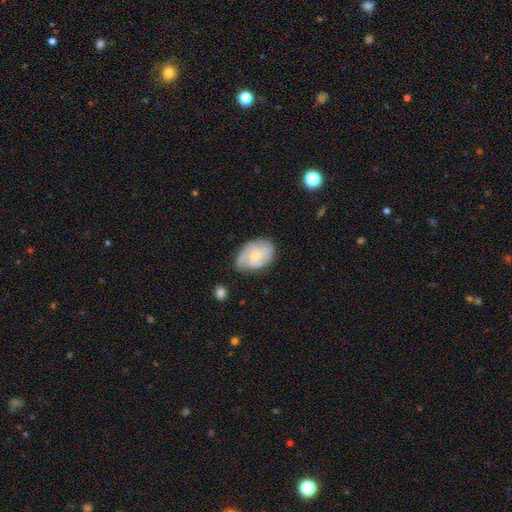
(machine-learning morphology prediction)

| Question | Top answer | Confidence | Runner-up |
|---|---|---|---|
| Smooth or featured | featured or disk | 49% | smooth (44%) |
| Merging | none | 57% | minor disturbance (32%) |